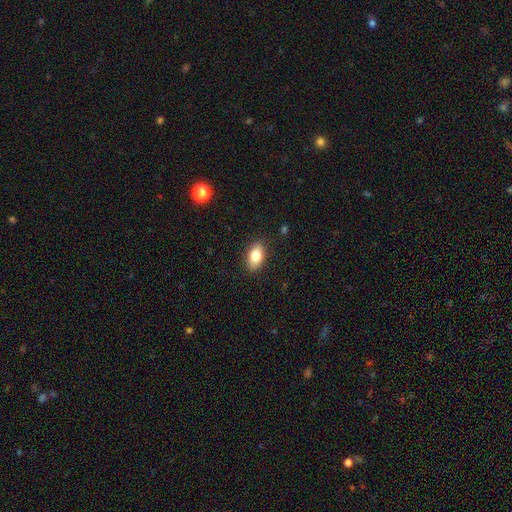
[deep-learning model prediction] smooth-or-featured: smooth: 81% | featured or disk: 11% | star or artifact: 8%
  how-rounded: in between: 89% | round: 8% | cigar-shaped: 3%
  merging: none: 87% | minor disturbance: 9% | major disturbance: 2% | merger: 1%